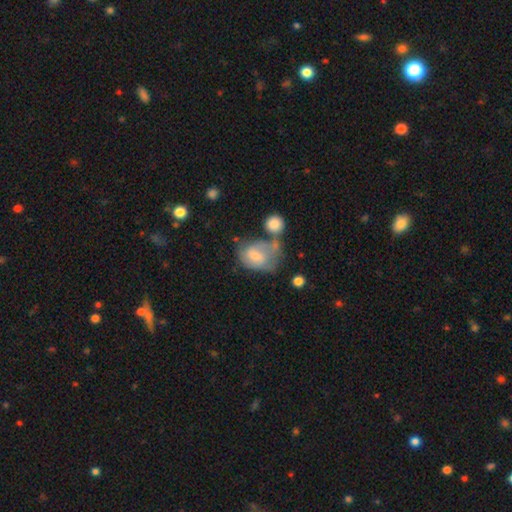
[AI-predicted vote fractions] Smooth or featured?
  - smooth: 56% *
  - featured or disk: 36%
  - star or artifact: 8%
How rounded?
  - in between: 70% *
  - round: 28%
  - cigar-shaped: 1%
Merging?
  - none: 27% *
  - major disturbance: 25%
  - minor disturbance: 24%
  - merger: 24%